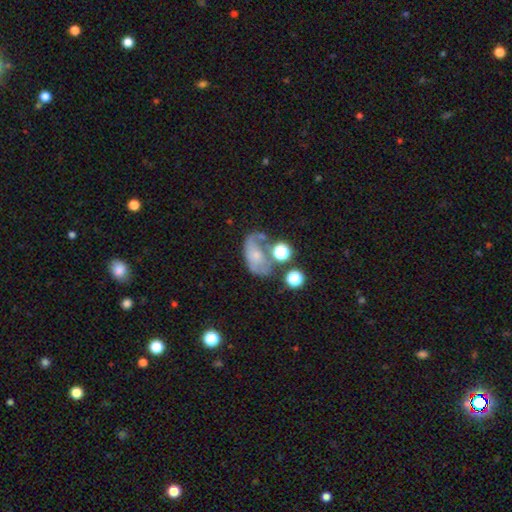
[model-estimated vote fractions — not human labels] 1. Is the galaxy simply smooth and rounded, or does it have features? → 47% featured or disk, 41% smooth, 13% star or artifact.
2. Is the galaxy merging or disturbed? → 33% major disturbance, 25% none, 22% minor disturbance, 20% merger.